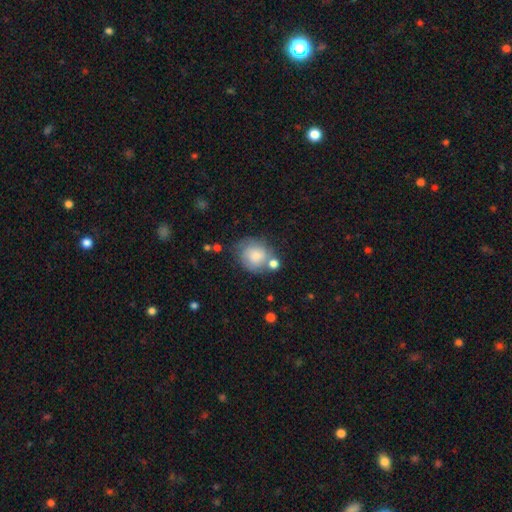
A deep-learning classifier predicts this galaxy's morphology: Overall: smooth (70%). How rounded: round (70%). Merging: none (49%; minor disturbance 23%).